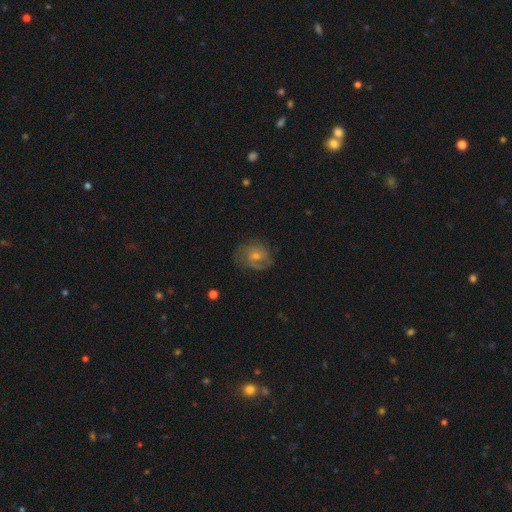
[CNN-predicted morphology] A featured or disk galaxy (63%) with no bar (67%), 2 (36%) tight (47%) spiral arms (84%) and a small central bulge (49%).

Vote fractions:
- Smooth or featured? featured or disk: 63% / smooth: 26% / star or artifact: 12%
- Edge-on disk? no: 97% / yes: 3%
- Bar? no: 67% / weak: 29% / strong: 5%
- Spiral arms? yes: 84% / no: 16%
- Spiral winding? tight: 47% / medium: 39% / loose: 13%
- Spiral arm count? 2: 36% / can't tell: 34% / 3: 14% / 1: 8% / 4: 4% / more than 4: 3%
- Bulge size? small: 49% / moderate: 45% / none: 2% / large: 2% / dominant: 1%
- Merging? none: 71% / minor disturbance: 19% / major disturbance: 9% / merger: 1%